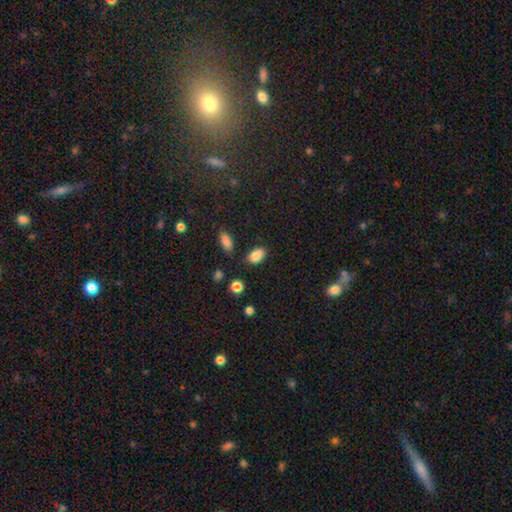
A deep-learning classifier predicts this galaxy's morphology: Smooth or featured? Predicted: smooth (p=0.85). How rounded? Predicted: in between (p=0.88). Merging? Predicted: none (p=0.75).